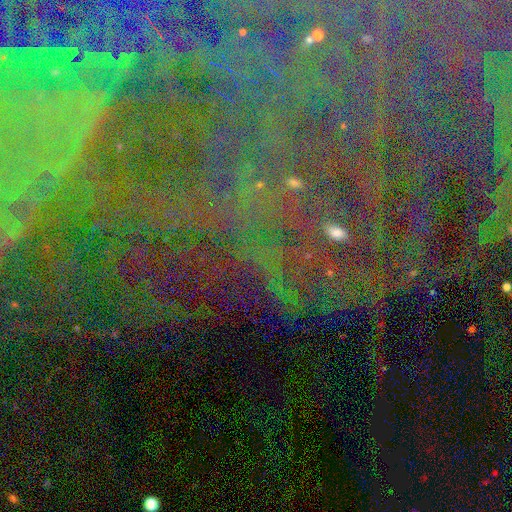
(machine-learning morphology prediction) Smooth or featured? Predicted: star or artifact (p=0.79).